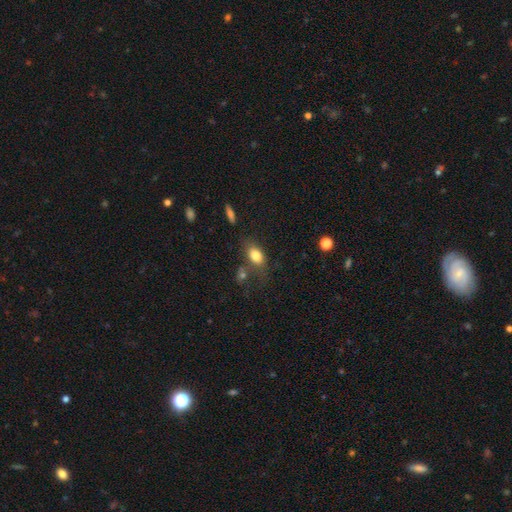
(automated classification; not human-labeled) smooth 80%, featured or disk 11%, star or artifact 9%. Down the decision tree: how rounded — in between (83%); merging — none (58%).